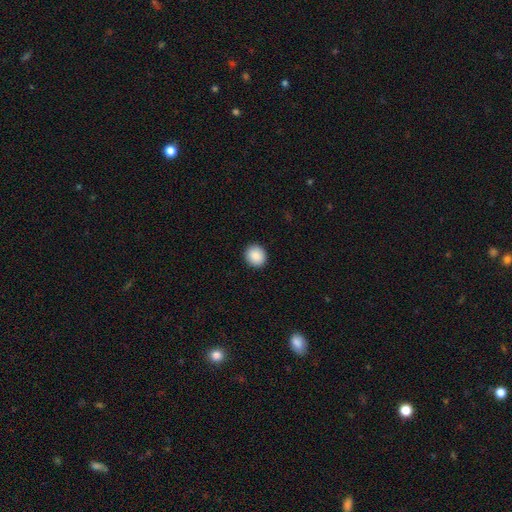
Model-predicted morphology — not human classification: smooth-or-featured: smooth: 90% | star or artifact: 8% | featured or disk: 3%
  how-rounded: round: 82% | in between: 17% | cigar-shaped: 1%
  merging: none: 92% | minor disturbance: 5% | major disturbance: 2% | merger: 1%